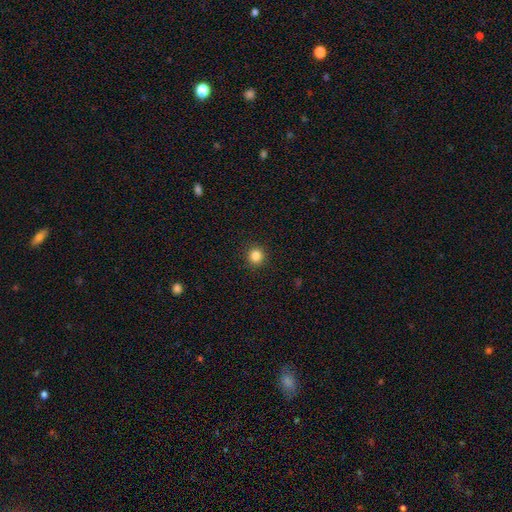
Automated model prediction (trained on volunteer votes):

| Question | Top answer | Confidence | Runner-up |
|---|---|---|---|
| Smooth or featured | smooth | 85% | star or artifact (11%) |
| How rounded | round | 93% | in between (6%) |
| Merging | none | 92% | minor disturbance (5%) |